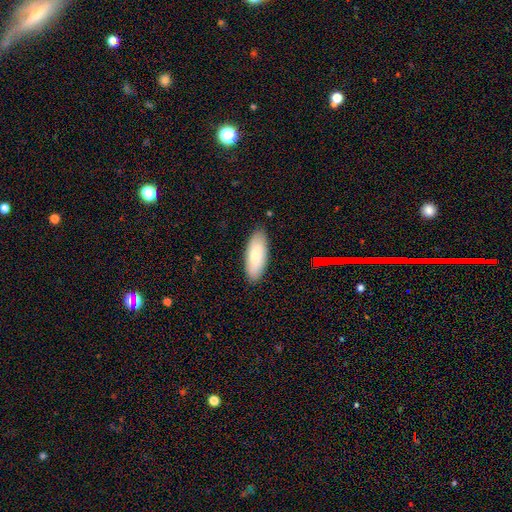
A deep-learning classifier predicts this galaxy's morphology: Smooth or featured: smooth — 80% (featured or disk — 14%)
How rounded: in between — 77% (cigar-shaped — 21%)
Merging: none — 86% (minor disturbance — 10%)